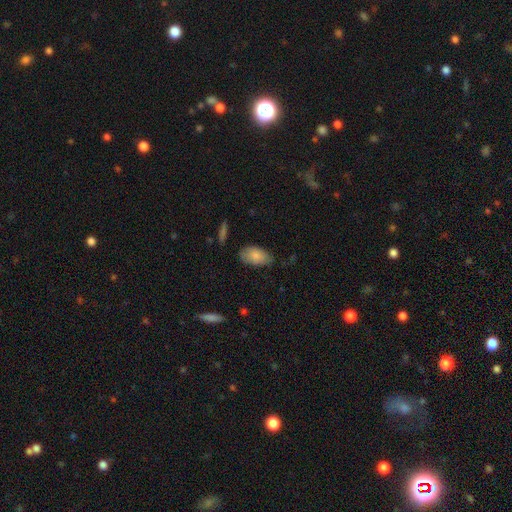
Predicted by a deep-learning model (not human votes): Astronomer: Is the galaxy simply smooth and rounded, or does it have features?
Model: smooth — 83%.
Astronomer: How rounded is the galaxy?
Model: in between — 93%.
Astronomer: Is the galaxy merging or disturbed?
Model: none — 68%.